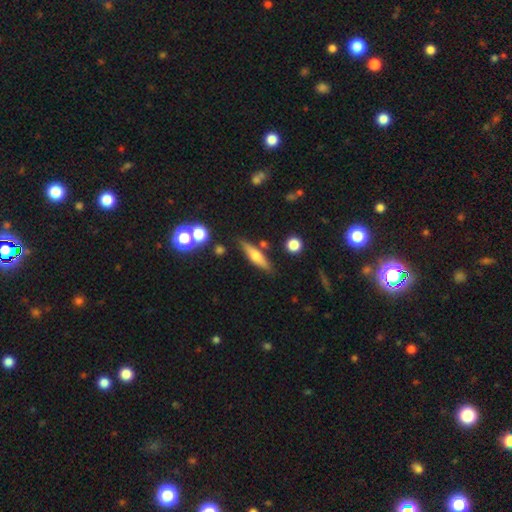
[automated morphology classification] Smooth or featured? Predicted: smooth (p=0.46, tied with featured or disk). Merging? Predicted: none (p=0.79).